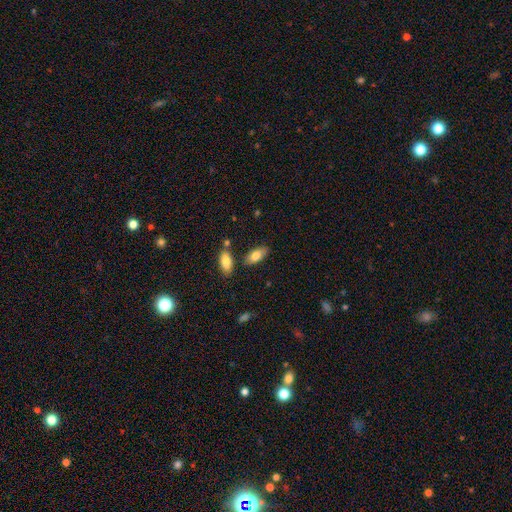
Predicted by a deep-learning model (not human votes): Morphology: type=smooth (79%); roundness=in between (87%); merging=none (77%).